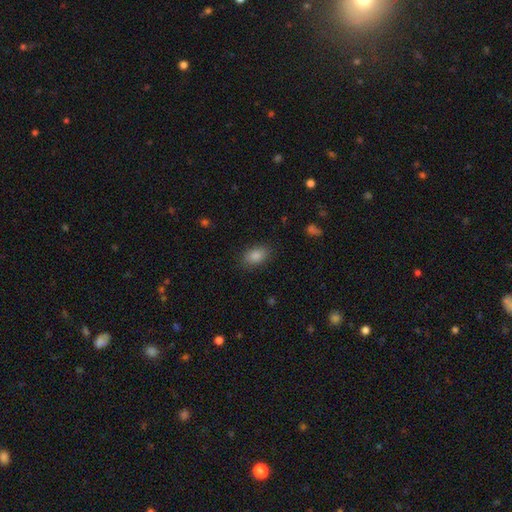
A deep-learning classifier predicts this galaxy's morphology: smooth 87%, star or artifact 8%, featured or disk 5%. Down the decision tree: how rounded — in between (88%); merging — none (85%).